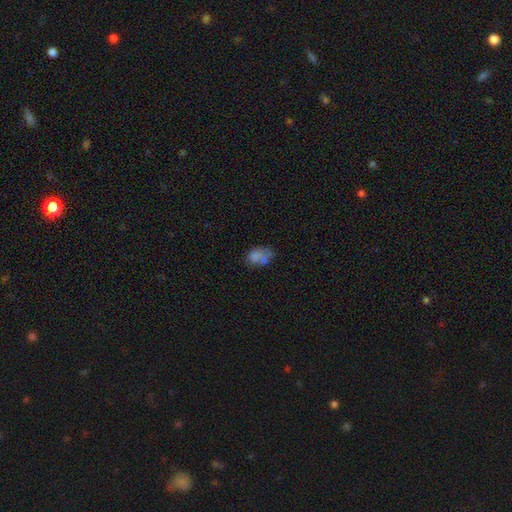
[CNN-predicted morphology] type=smooth (61%); roundness=in between (76%); merging=none (43%).